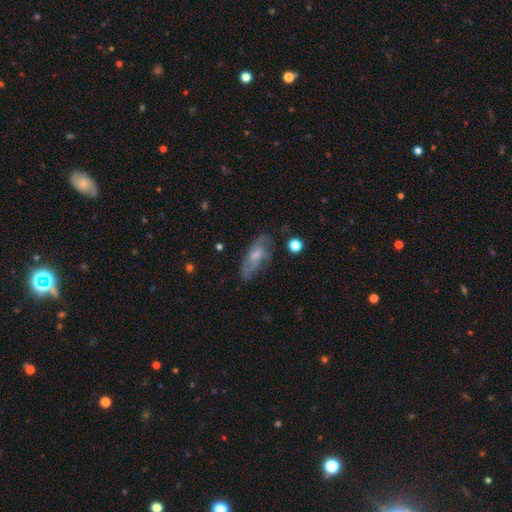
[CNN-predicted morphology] The model was most divided on "smooth or featured": featured or disk: 48%, smooth: 44%, star or artifact: 8%. More confident: merging — none (59%).